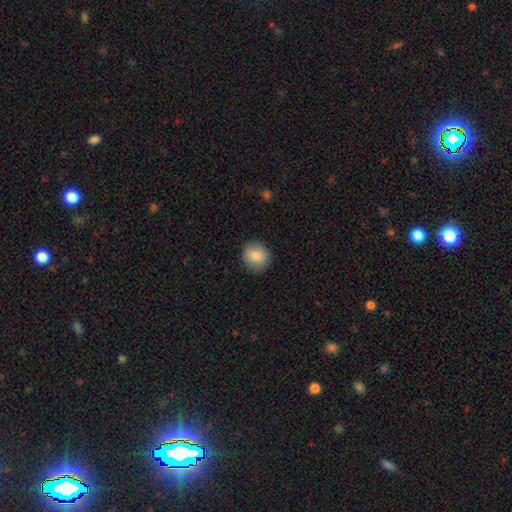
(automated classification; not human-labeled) Overall: smooth (84%). How rounded: round (88%). Merging: none (88%).